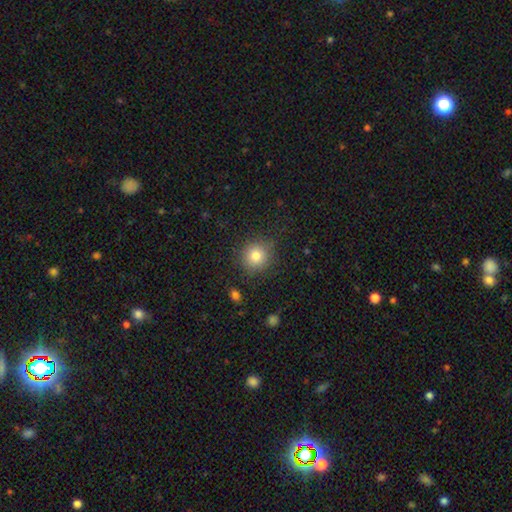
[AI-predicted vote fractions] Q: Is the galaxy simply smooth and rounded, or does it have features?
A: smooth — 80%.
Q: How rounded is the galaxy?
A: round — 91%.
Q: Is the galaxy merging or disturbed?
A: none — 85%.